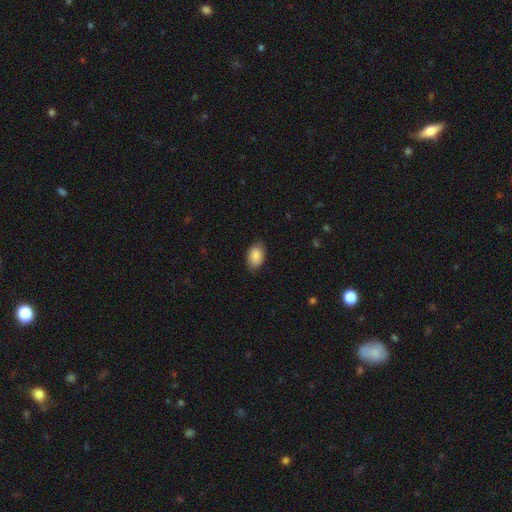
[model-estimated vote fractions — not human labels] Morphology: type=smooth (87%); roundness=in between (88%); merging=none (81%).